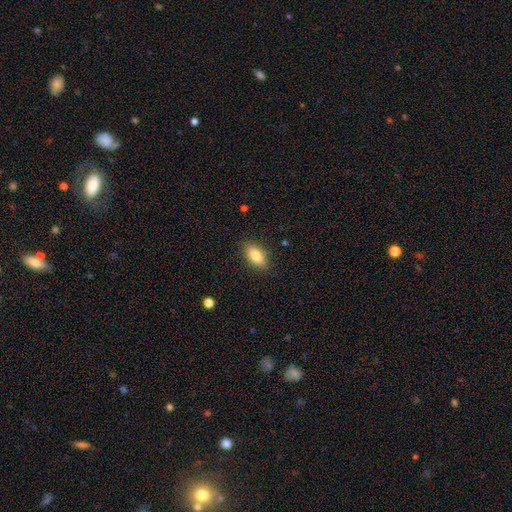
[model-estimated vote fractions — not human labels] The model was most divided on "smooth or featured": smooth: 83%, featured or disk: 10%, star or artifact: 7%. More confident: how rounded — in between (88%); merging — none (87%).